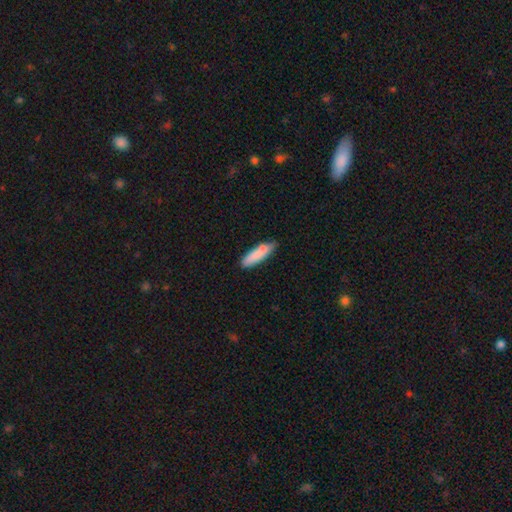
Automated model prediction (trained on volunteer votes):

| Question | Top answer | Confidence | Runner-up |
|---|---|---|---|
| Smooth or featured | smooth | 84% | featured or disk (10%) |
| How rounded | cigar-shaped | 66% | in between (32%) |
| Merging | none | 70% | minor disturbance (21%) |